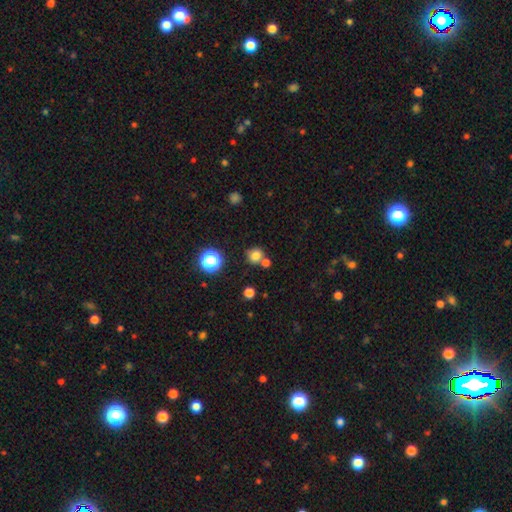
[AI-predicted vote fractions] Morphology: type=smooth (77%); roundness=round (85%); merging=none (65%).